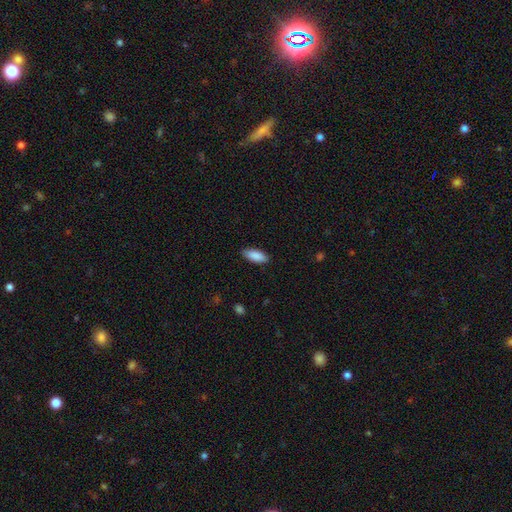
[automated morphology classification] smooth 89%, star or artifact 6%, featured or disk 5%. Down the decision tree: how rounded — in between (79%); merging — none (88%).